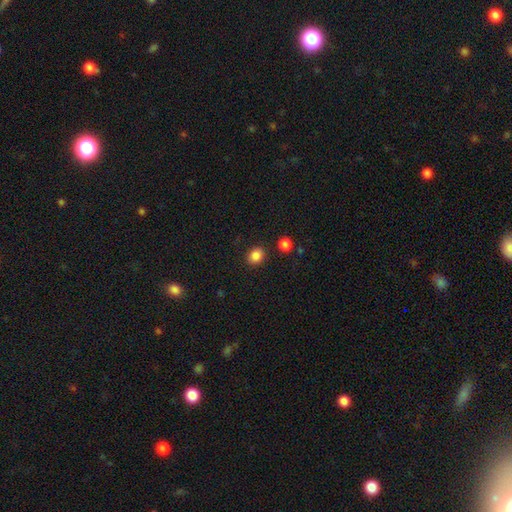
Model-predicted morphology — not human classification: This is clearly a smooth galaxy (86%). How rounded: possibly round (57%). Merging: clearly none (86%).